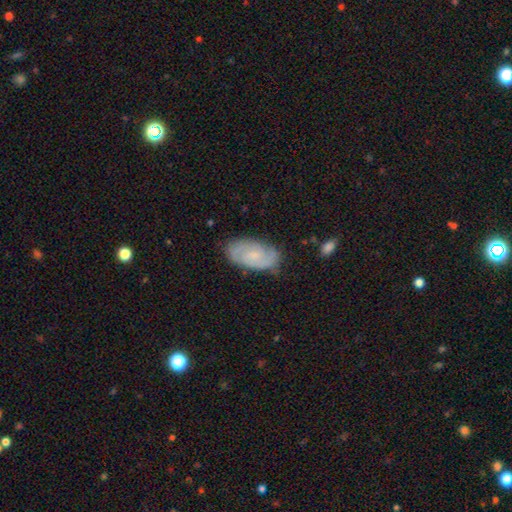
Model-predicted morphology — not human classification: Q: Smooth or featured?
A: featured or disk (69%); runner-up: smooth (25%)
Q: Edge-on disk?
A: no (96%); runner-up: yes (4%)
Q: Bar?
A: no (54%); runner-up: weak (40%)
Q: Spiral arms?
A: yes (93%); runner-up: no (7%)
Q: Spiral winding?
A: tight (50%); runner-up: medium (40%)
Q: Spiral arm count?
A: 2 (68%); runner-up: can't tell (18%)
Q: Bulge size?
A: small (61%); runner-up: none (19%)
Q: Merging?
A: none (79%); runner-up: minor disturbance (16%)